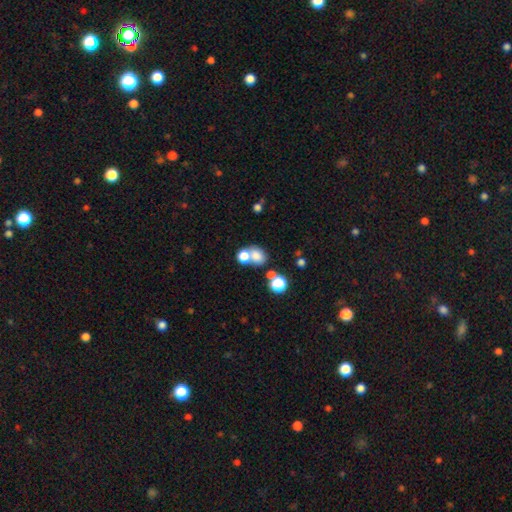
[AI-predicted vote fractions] Smooth or featured? smooth (74%)
How rounded? round (55%)
Merging? merger (44%)